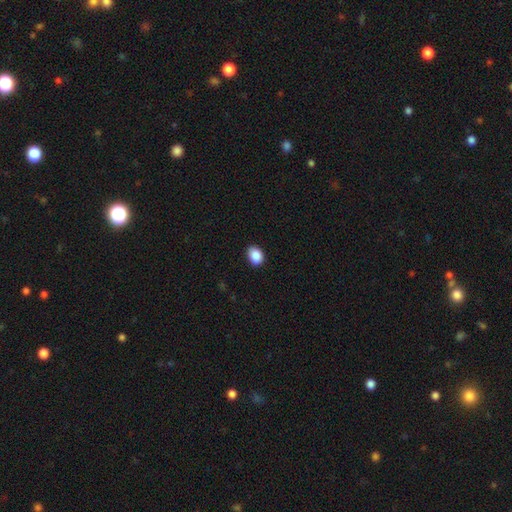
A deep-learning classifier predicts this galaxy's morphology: Smooth or featured? Predicted: smooth (p=0.89). How rounded? Predicted: in between (p=0.71). Merging? Predicted: none (p=0.85).